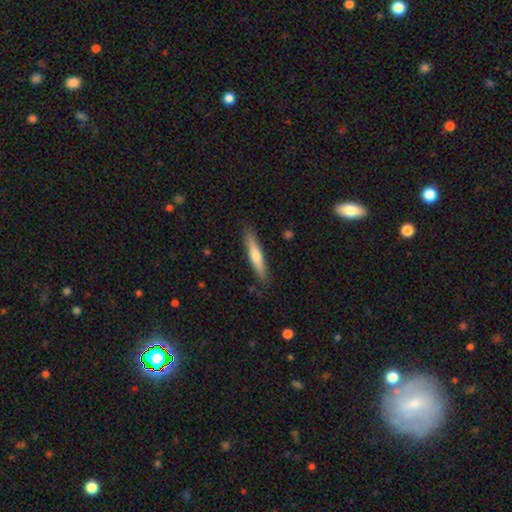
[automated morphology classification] smooth-or-featured: smooth: 58% | featured or disk: 36% | star or artifact: 6%
  how-rounded: cigar-shaped: 89% | in between: 9% | round: 1%
  merging: none: 88% | minor disturbance: 9% | major disturbance: 2% | merger: 1%